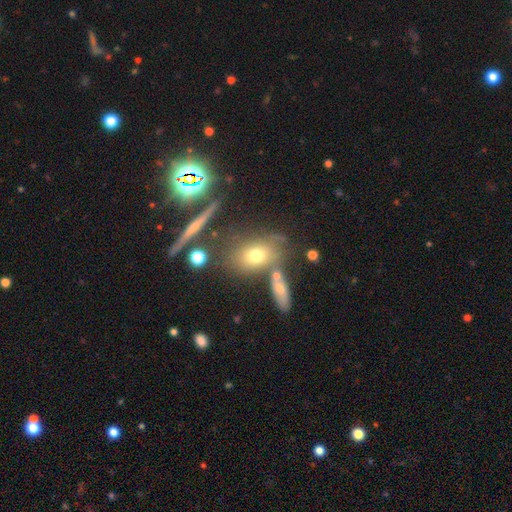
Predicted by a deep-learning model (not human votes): smooth_or_featured: smooth (p=0.66) [alt: featured or disk p=0.21]
how_rounded: in between (p=0.65) [alt: round p=0.30]
merging: none (p=0.60) [alt: merger p=0.17]